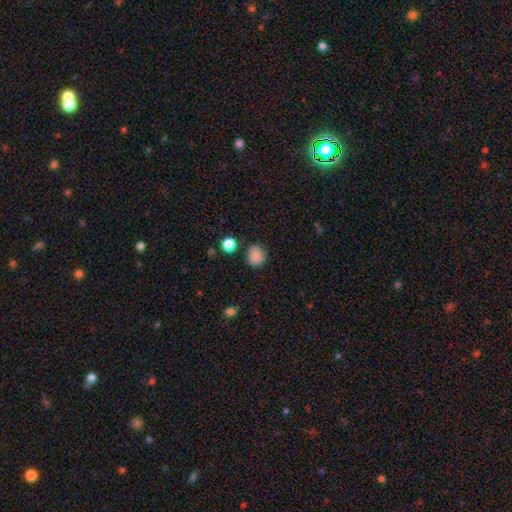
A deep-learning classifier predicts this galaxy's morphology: smooth_or_featured: smooth (p=0.82) [alt: star or artifact p=0.11]
how_rounded: round (p=0.65) [alt: in between p=0.34]
merging: none (p=0.70) [alt: minor disturbance p=0.22]